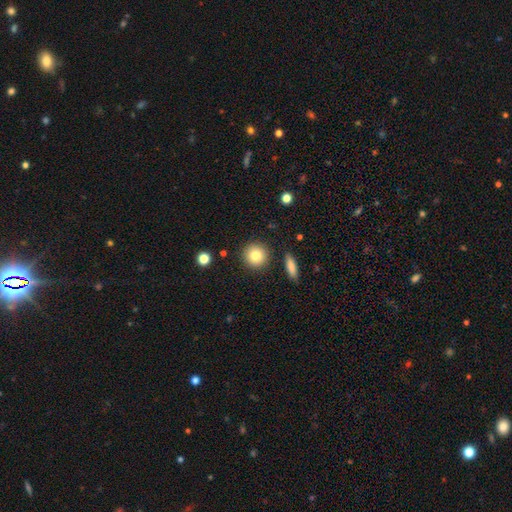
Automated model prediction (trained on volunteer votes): Overall: smooth (82%). How rounded: round (93%). Merging: none (88%).